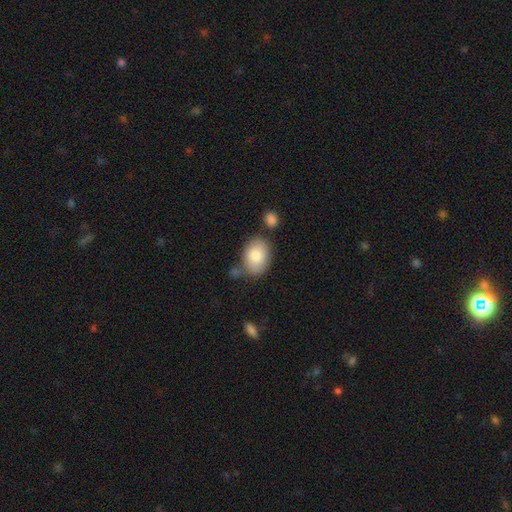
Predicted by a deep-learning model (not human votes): Smooth or featured? Predicted: smooth (p=0.84). How rounded? Predicted: in between (p=0.76). Merging? Predicted: none (p=0.61).